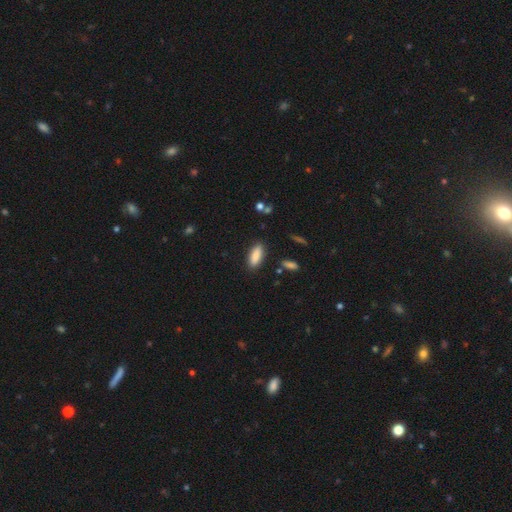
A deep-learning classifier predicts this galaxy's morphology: type=smooth (87%); roundness=in between (71%); merging=none (86%).